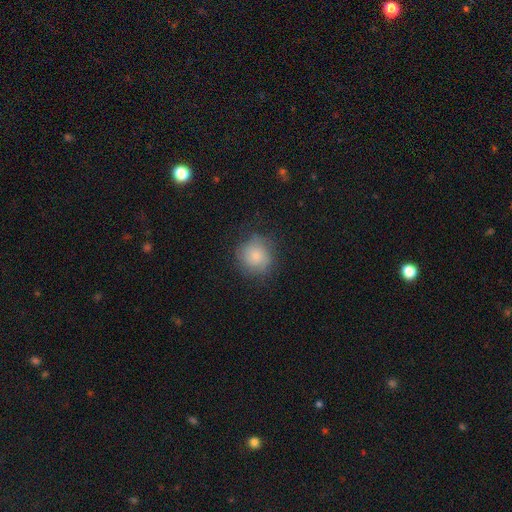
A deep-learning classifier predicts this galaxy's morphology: smooth-or-featured: smooth: 78% | featured or disk: 14% | star or artifact: 8%
  how-rounded: round: 88% | in between: 11% | cigar-shaped: 1%
  merging: none: 73% | minor disturbance: 19% | major disturbance: 7% | merger: 1%